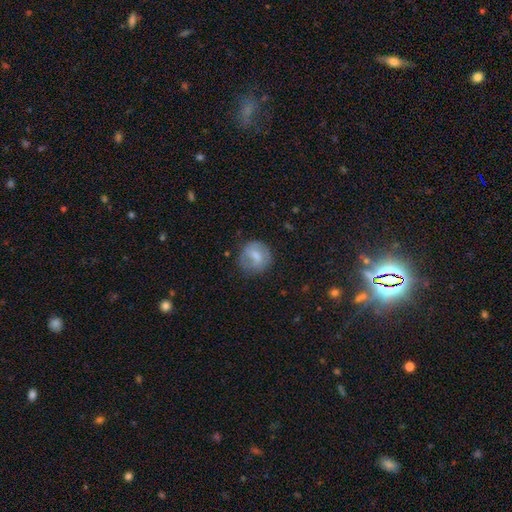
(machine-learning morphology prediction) type=smooth (63%); roundness=round (87%); merging=none (69%).